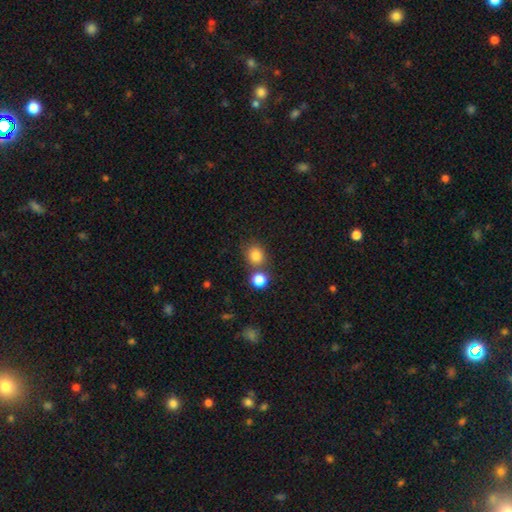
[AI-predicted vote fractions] Smooth or featured?
  - smooth: 82% *
  - star or artifact: 13%
  - featured or disk: 6%
How rounded?
  - round: 81% *
  - in between: 18%
  - cigar-shaped: 1%
Merging?
  - none: 66% *
  - merger: 21%
  - minor disturbance: 9%
  - major disturbance: 3%